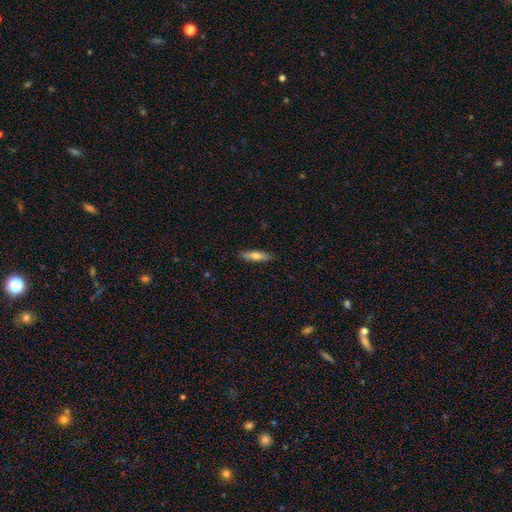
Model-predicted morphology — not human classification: The model was most divided on "how rounded": cigar-shaped: 70%, in between: 28%, round: 2%. More confident: merging — none (88%); smooth or featured — smooth (69%).